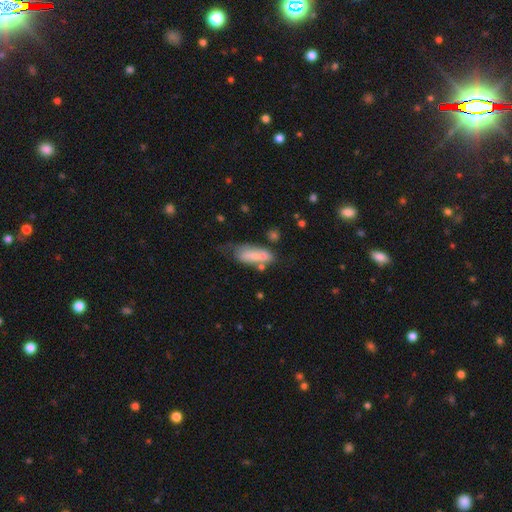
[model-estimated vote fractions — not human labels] Q: Smooth or featured?
A: smooth (71%); runner-up: featured or disk (21%)
Q: How rounded?
A: in between (68%); runner-up: cigar-shaped (30%)
Q: Merging?
A: none (38%); runner-up: minor disturbance (31%)